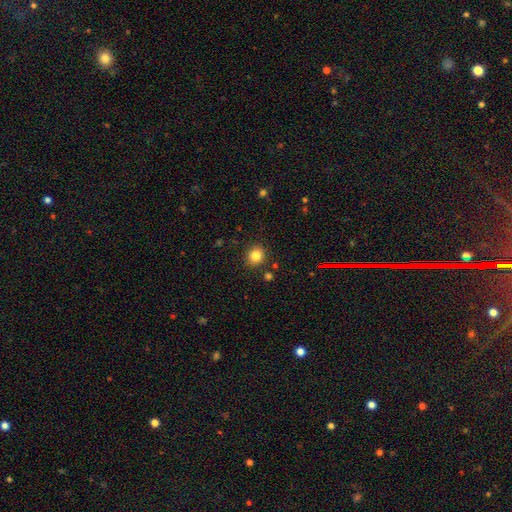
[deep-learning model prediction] The model was most divided on "smooth or featured": smooth: 83%, star or artifact: 12%, featured or disk: 5%. More confident: merging — none (89%); how rounded — round (87%).